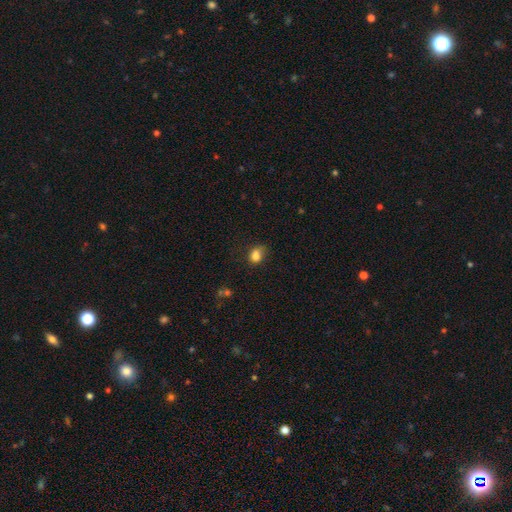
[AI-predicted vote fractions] smooth_or_featured: smooth (p=0.82) [alt: star or artifact p=0.11]
how_rounded: in between (p=0.54) [alt: round p=0.45]
merging: none (p=0.57) [alt: minor disturbance p=0.28]